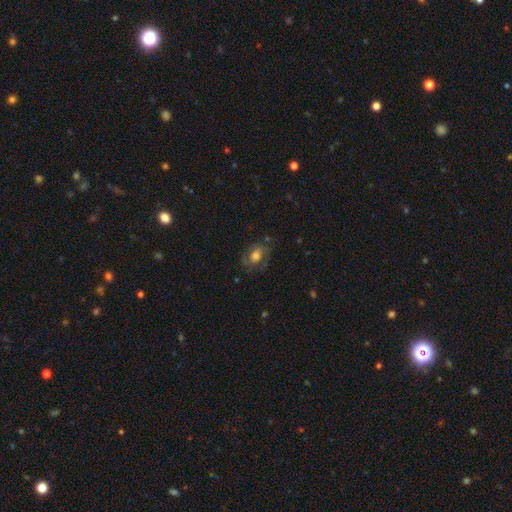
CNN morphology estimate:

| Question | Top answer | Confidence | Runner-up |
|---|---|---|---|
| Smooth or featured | smooth | 46% | featured or disk (44%) |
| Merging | none | 66% | minor disturbance (20%) |